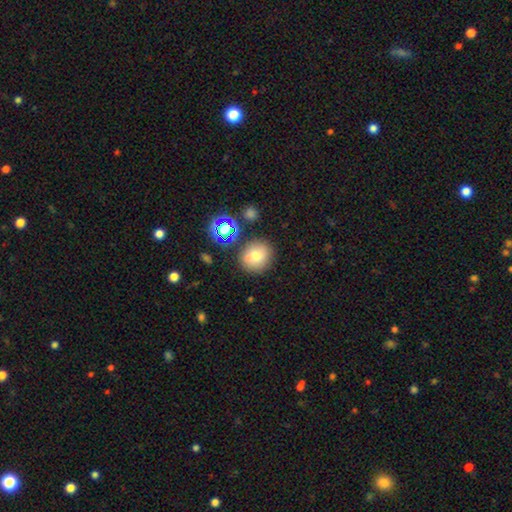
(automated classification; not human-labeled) Q: Smooth or featured?
A: smooth (71%); runner-up: star or artifact (15%)
Q: How rounded?
A: round (83%); runner-up: in between (16%)
Q: Merging?
A: none (70%); runner-up: merger (15%)